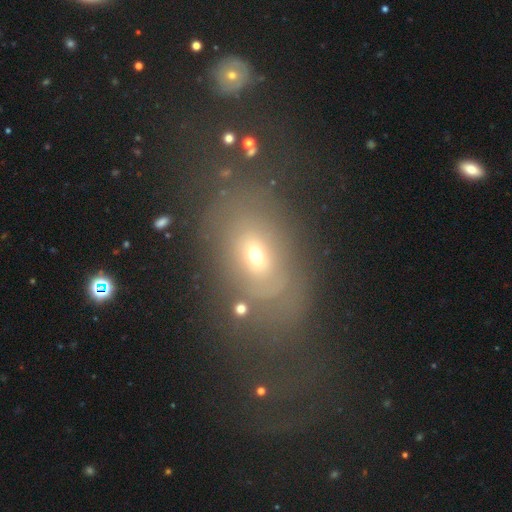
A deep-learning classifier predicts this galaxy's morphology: smooth-or-featured: smooth: 45% | featured or disk: 37% | star or artifact: 18%
  merging: none: 48% | major disturbance: 28% | minor disturbance: 17% | merger: 6%